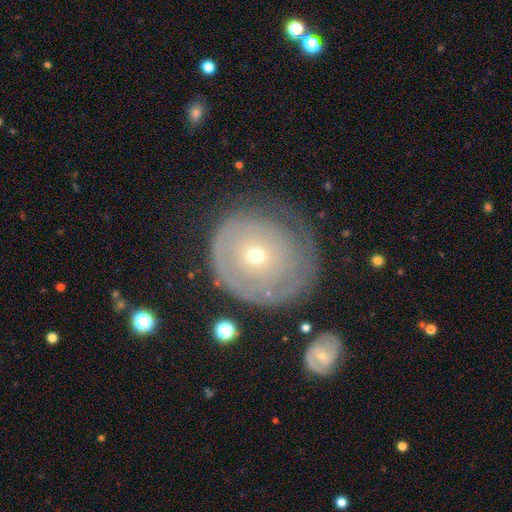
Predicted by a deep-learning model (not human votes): This appears to be a featured or disk galaxy (56%) with no bar (88%), no spiral arms (54%) and a small central bulge (74%). Merging: none (63%).